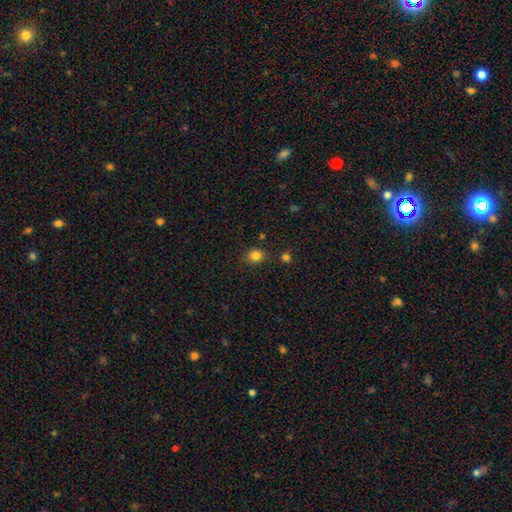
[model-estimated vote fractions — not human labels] The model was most divided on "how rounded": round: 79%, in between: 21%, cigar-shaped: 1%. More confident: merging — none (83%); smooth or featured — smooth (82%).